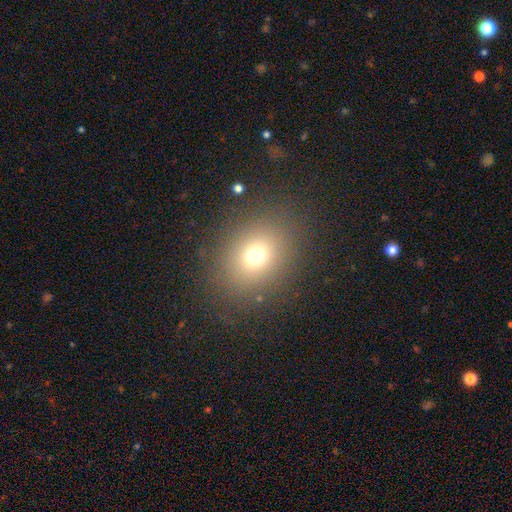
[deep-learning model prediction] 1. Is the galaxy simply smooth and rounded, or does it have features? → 70% smooth, 18% star or artifact, 12% featured or disk.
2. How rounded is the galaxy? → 54% round, 45% in between, 1% cigar-shaped.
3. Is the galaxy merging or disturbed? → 84% none, 9% minor disturbance, 6% major disturbance, 1% merger.